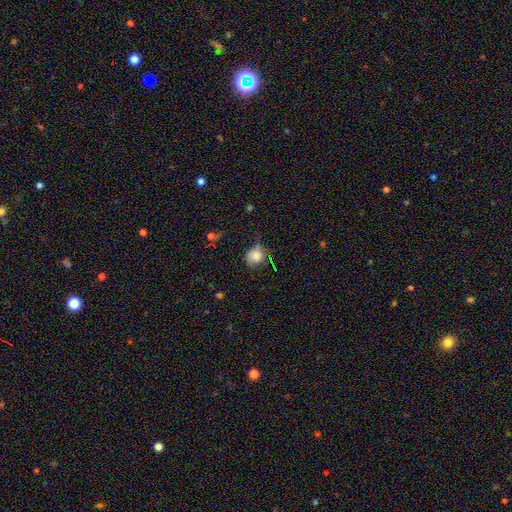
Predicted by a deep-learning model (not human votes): Smooth or featured?
  - smooth: 76% *
  - star or artifact: 13%
  - featured or disk: 11%
How rounded?
  - round: 77% *
  - in between: 22%
  - cigar-shaped: 1%
Merging?
  - none: 57% *
  - minor disturbance: 30%
  - major disturbance: 10%
  - merger: 3%